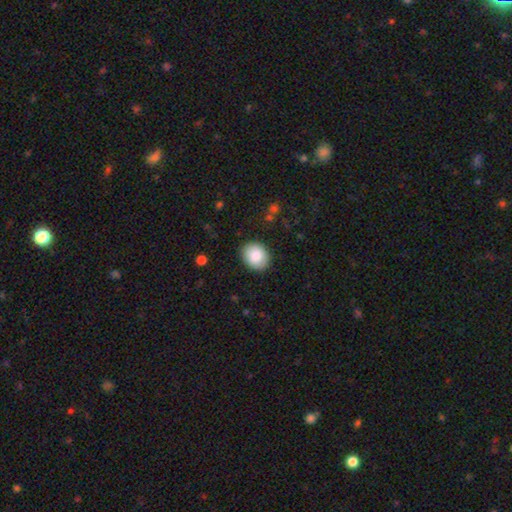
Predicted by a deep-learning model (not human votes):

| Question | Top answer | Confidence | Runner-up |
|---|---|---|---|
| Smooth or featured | smooth | 86% | star or artifact (7%) |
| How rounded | round | 58% | in between (42%) |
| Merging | none | 88% | minor disturbance (9%) |